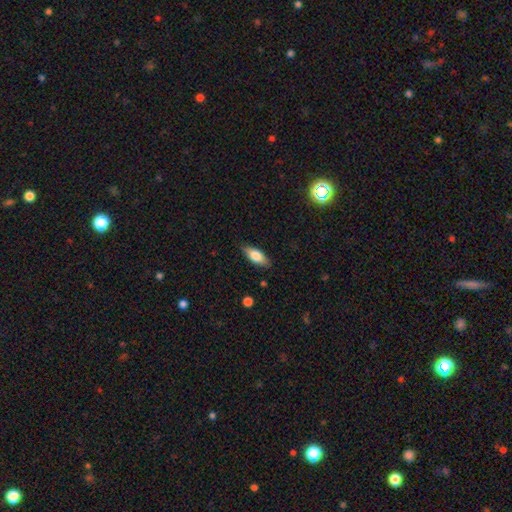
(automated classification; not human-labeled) Smooth or featured?
  - smooth: 72% *
  - featured or disk: 21%
  - star or artifact: 7%
How rounded?
  - in between: 79% *
  - cigar-shaped: 19%
  - round: 3%
Merging?
  - none: 85% *
  - minor disturbance: 12%
  - major disturbance: 2%
  - merger: 1%